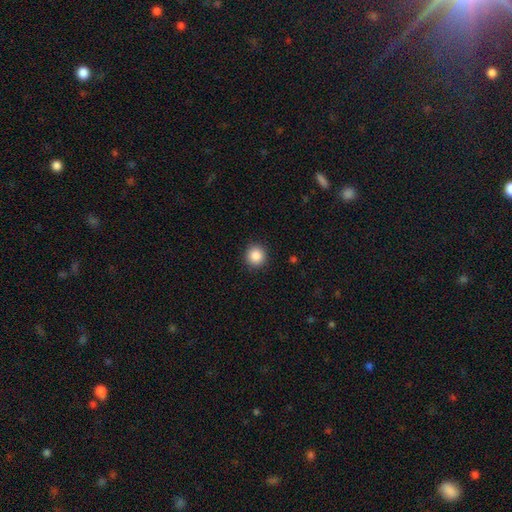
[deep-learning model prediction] Overall: smooth (88%). How rounded: round (94%). Merging: none (91%).